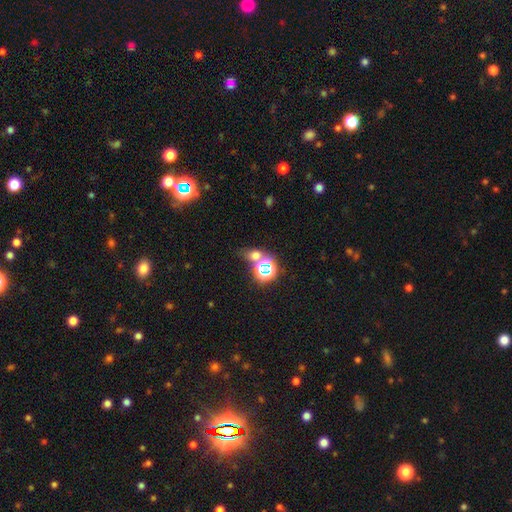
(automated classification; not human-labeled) Q: Smooth or featured?
A: smooth (47%); runner-up: star or artifact (42%)
Q: Merging?
A: none (56%); runner-up: merger (26%)